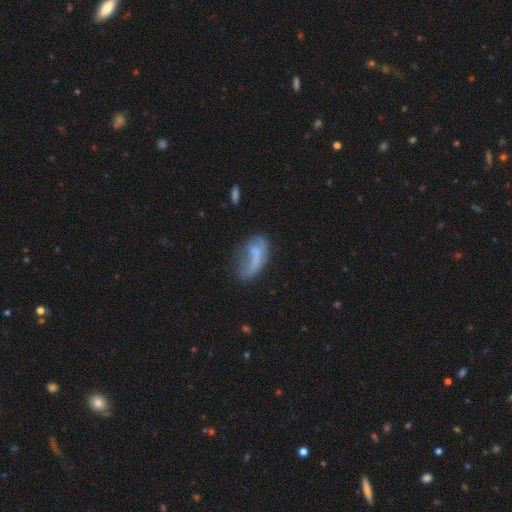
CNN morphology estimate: This is possibly a smooth galaxy (50%). Merging: marginally major disturbance (35%).